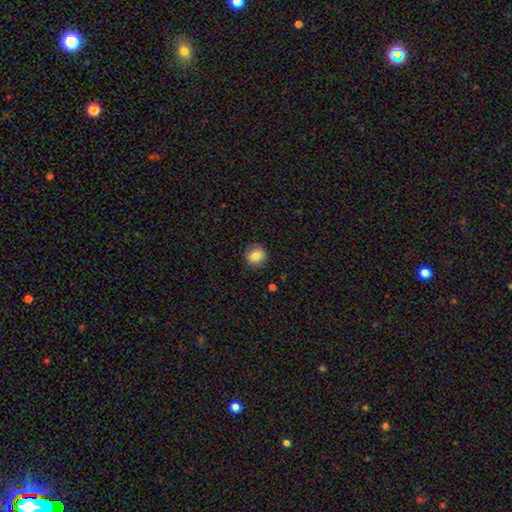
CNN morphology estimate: smooth-or-featured: smooth: 82% | star or artifact: 9% | featured or disk: 8%
  how-rounded: round: 85% | in between: 14% | cigar-shaped: 1%
  merging: none: 89% | minor disturbance: 8% | major disturbance: 2% | merger: 1%